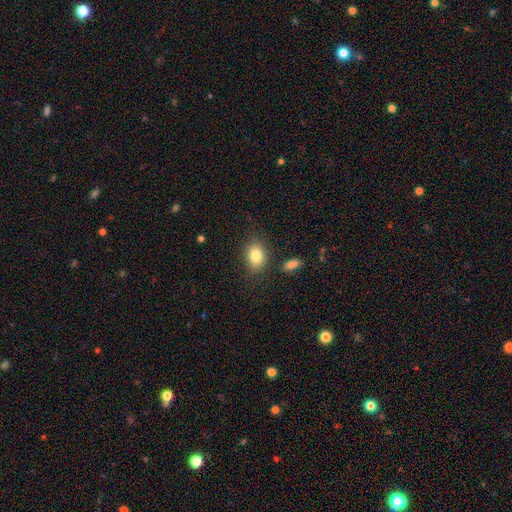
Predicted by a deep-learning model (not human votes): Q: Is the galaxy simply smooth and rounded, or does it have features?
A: smooth — 83%.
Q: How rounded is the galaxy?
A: in between — 71%.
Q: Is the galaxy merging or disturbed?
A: none — 80%.